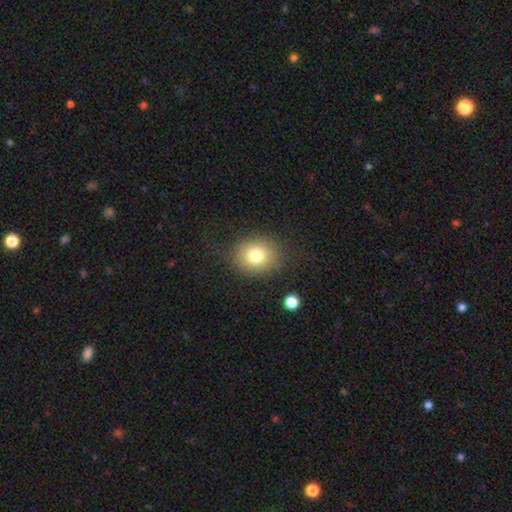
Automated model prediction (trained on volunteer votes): Smooth or featured? Predicted: smooth (p=0.77). How rounded? Predicted: round (p=0.68). Merging? Predicted: none (p=0.83).